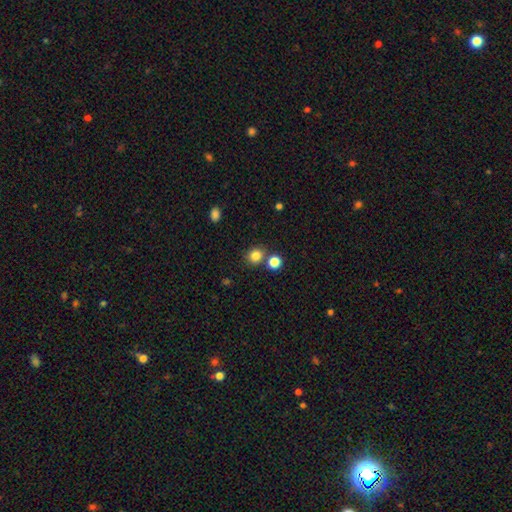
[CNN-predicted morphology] Overall: smooth (82%). How rounded: round (80%). Merging: none (74%).